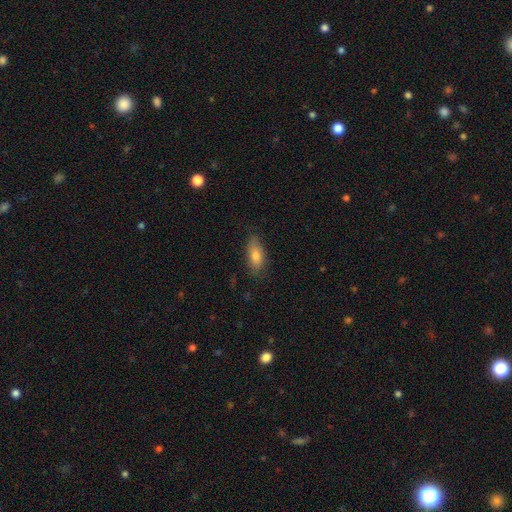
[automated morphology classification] Smooth or featured? smooth (74%)
How rounded? in between (80%)
Merging? none (75%)